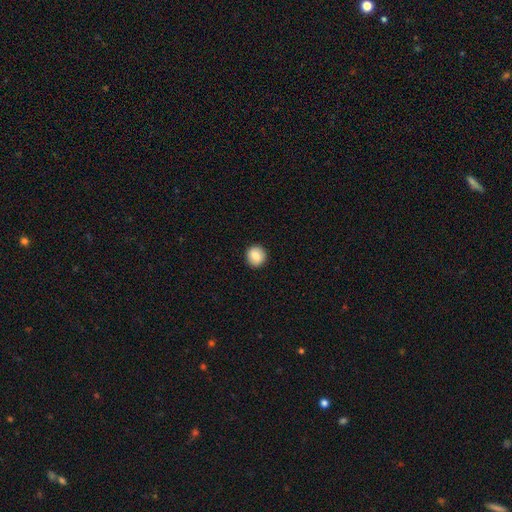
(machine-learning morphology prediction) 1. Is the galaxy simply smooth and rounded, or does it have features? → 85% smooth, 8% star or artifact, 7% featured or disk.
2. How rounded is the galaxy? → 89% round, 10% in between, 1% cigar-shaped.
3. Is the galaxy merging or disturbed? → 91% none, 6% minor disturbance, 2% major disturbance, 1% merger.